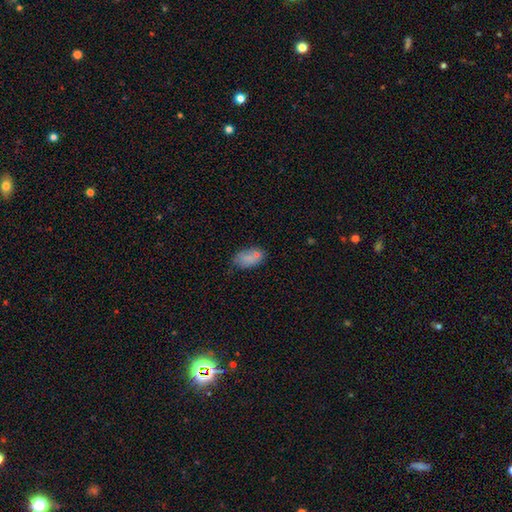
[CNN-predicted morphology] Smooth or featured? smooth (66%)
How rounded? in between (88%)
Merging? none (59%)